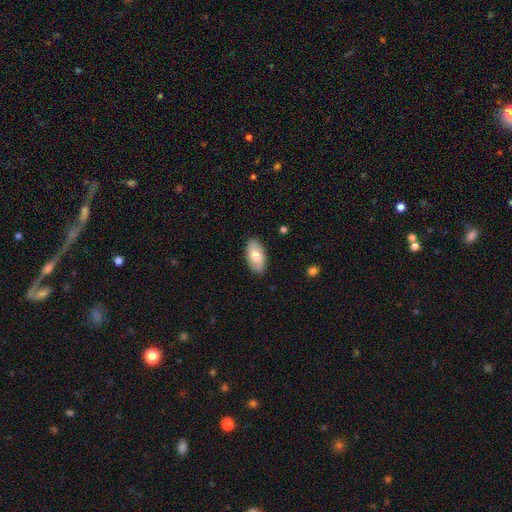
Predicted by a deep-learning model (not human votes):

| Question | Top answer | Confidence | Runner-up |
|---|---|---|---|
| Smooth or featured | smooth | 71% | featured or disk (24%) |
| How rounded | in between | 95% | round (3%) |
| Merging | none | 86% | minor disturbance (10%) |